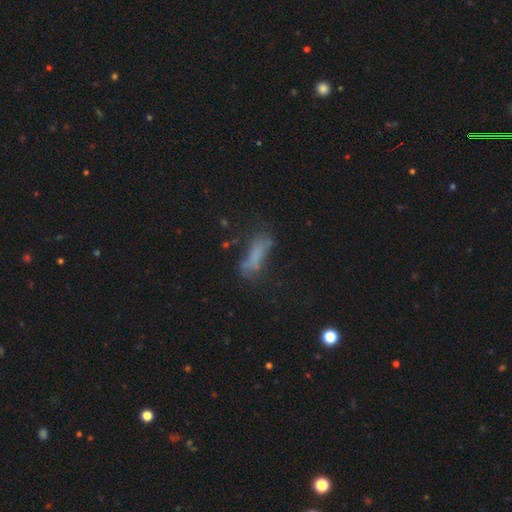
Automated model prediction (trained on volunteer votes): Q: Smooth or featured?
A: smooth (54%); runner-up: featured or disk (29%)
Q: How rounded?
A: in between (54%); runner-up: cigar-shaped (43%)
Q: Merging?
A: none (44%); runner-up: major disturbance (25%)